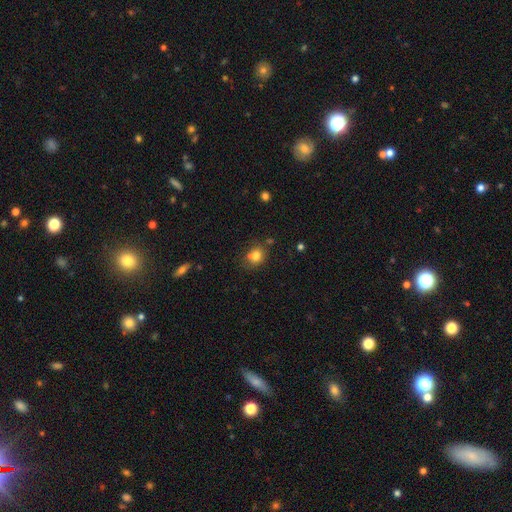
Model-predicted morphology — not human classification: smooth-or-featured: smooth: 79% | star or artifact: 12% | featured or disk: 9%
  how-rounded: round: 72% | in between: 27% | cigar-shaped: 1%
  merging: none: 64% | minor disturbance: 17% | merger: 14% | major disturbance: 5%